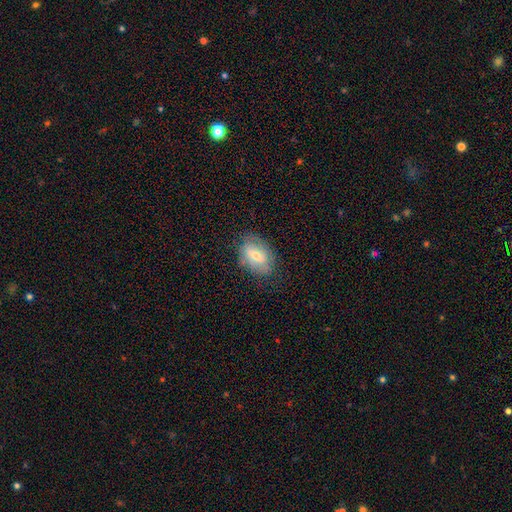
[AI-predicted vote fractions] Overall: smooth (55%; featured or disk 37%). How rounded: in between (82%). Merging: none (73%).